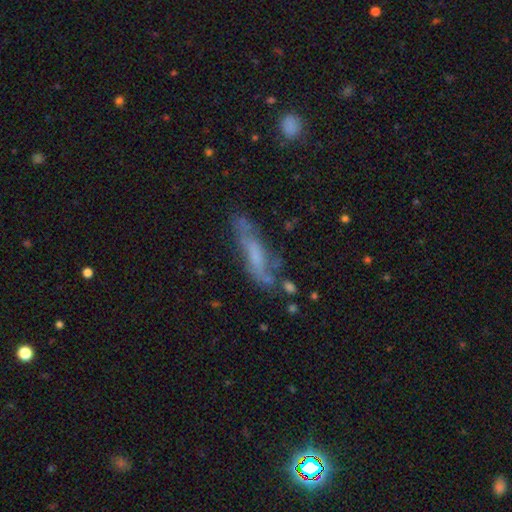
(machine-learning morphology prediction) This appears to be a featured or disk galaxy (53%). Merging: none (55%).